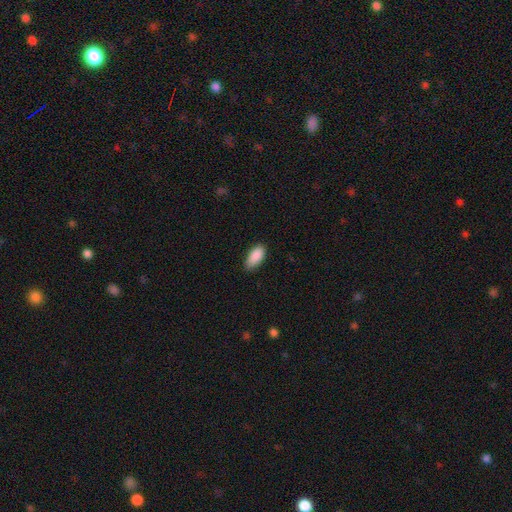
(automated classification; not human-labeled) Overall: smooth (90%). How rounded: in between (90%). Merging: none (78%).